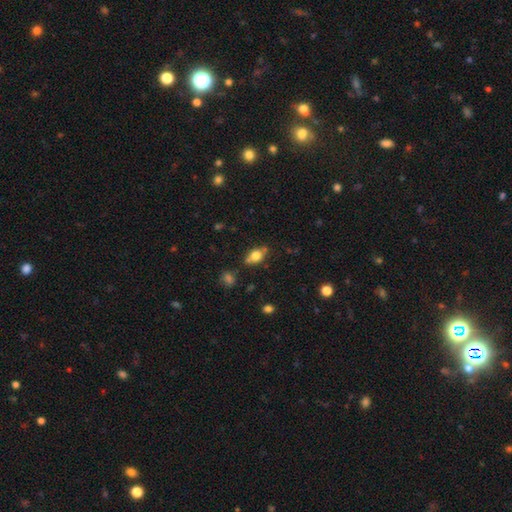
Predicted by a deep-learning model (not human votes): Overall: smooth (73%). How rounded: in between (74%). Merging: none (68%).